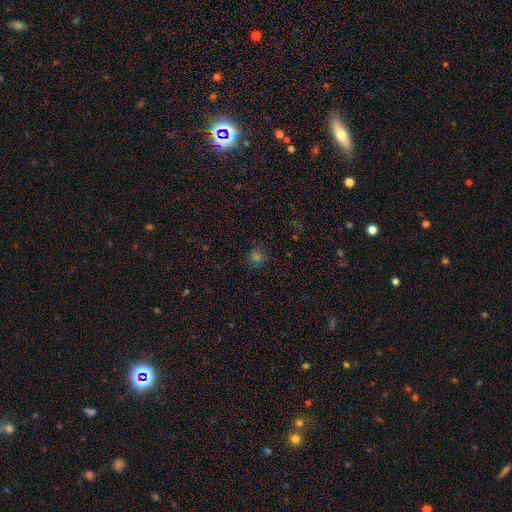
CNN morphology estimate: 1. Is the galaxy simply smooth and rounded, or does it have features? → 43% smooth, 41% star or artifact, 16% featured or disk.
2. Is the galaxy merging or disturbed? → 79% none, 13% minor disturbance, 6% major disturbance, 2% merger.